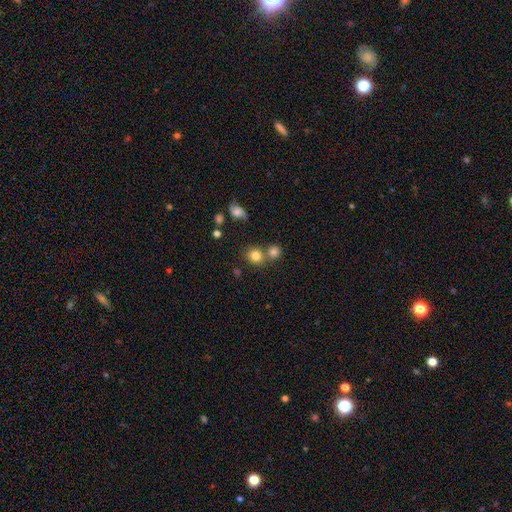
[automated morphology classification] Overall: smooth (80%). How rounded: round (81%). Merging: none (61%; merger 27%).